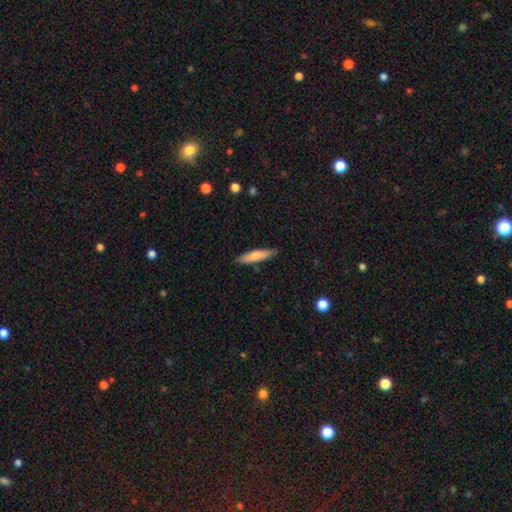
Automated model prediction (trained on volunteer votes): smooth 78%, featured or disk 17%, star or artifact 6%. Down the decision tree: how rounded — cigar-shaped (82%); merging — none (86%).